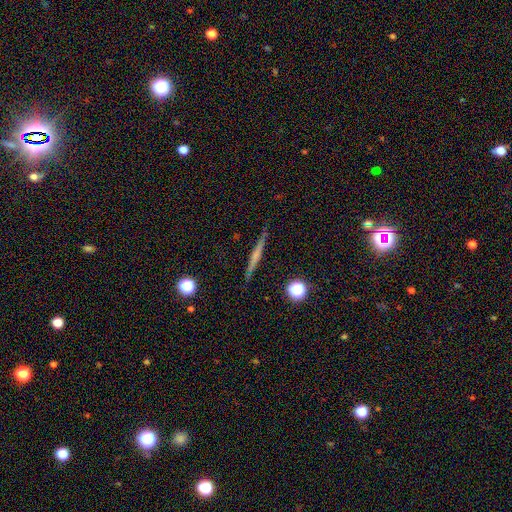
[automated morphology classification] Smooth or featured?
  - featured or disk: 49% *
  - smooth: 42%
  - star or artifact: 9%
Merging?
  - none: 89% *
  - minor disturbance: 8%
  - major disturbance: 2%
  - merger: 2%